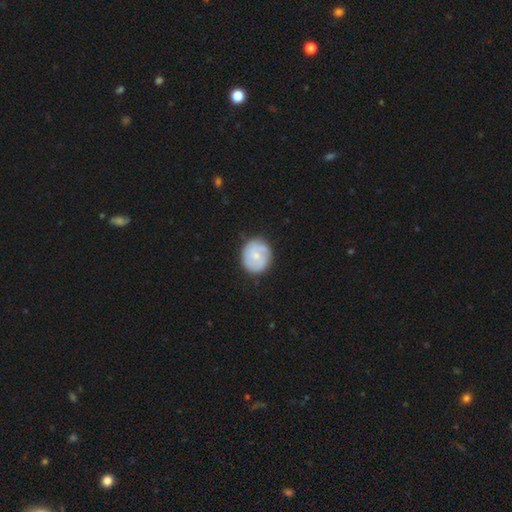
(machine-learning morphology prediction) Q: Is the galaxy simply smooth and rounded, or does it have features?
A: featured or disk — 53%.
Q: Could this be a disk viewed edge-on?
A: no — 98%.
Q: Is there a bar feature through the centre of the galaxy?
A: no — 68%.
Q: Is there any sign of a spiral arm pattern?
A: yes — 84%.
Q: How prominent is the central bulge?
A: small — 59%.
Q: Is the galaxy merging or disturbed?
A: none — 80%.